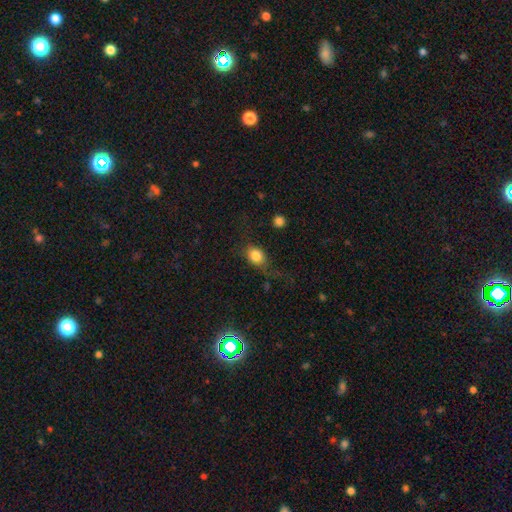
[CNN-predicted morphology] smooth 78%, featured or disk 12%, star or artifact 10%. Down the decision tree: how rounded — in between (50%); merging — none (54%).